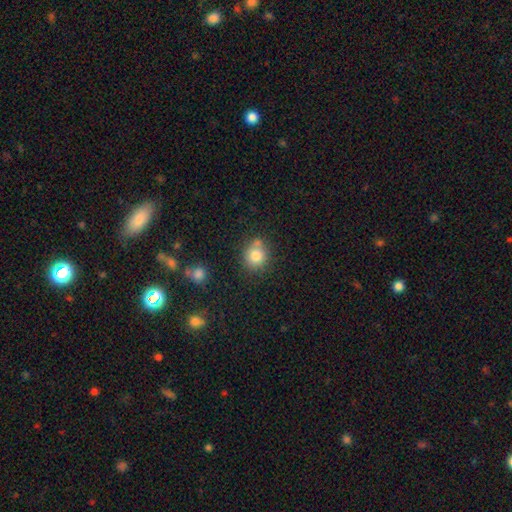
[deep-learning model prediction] A smooth galaxy with no disk features (80%) that is round (80%).

Vote fractions:
- Smooth or featured? smooth: 80% / star or artifact: 11% / featured or disk: 9%
- How rounded? round: 80% / in between: 19% / cigar-shaped: 1%
- Merging? none: 66% / minor disturbance: 16% / merger: 14% / major disturbance: 4%